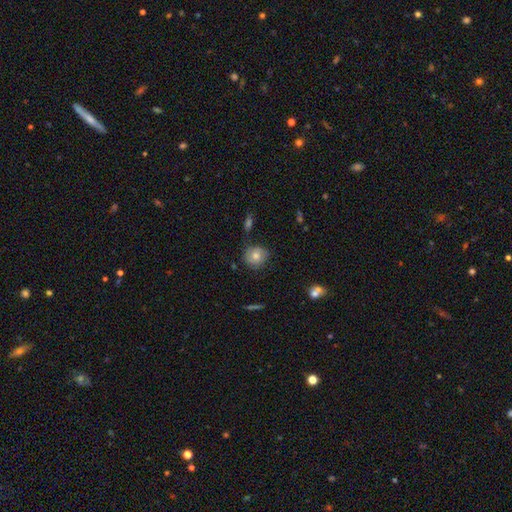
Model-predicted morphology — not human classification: type=smooth (62%); roundness=round (83%); merging=none (73%).